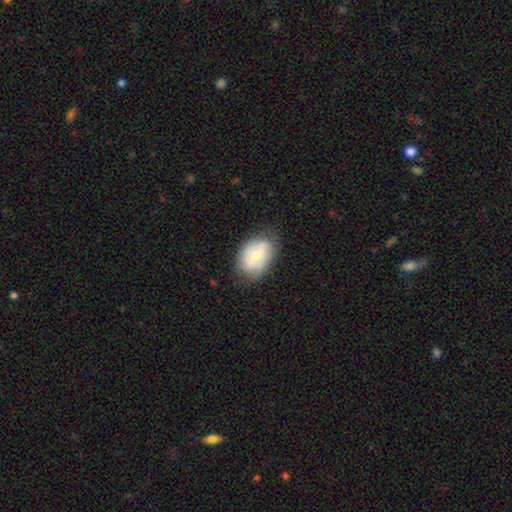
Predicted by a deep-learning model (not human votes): Morphology: type=smooth (60%); roundness=in between (83%); merging=none (69%).